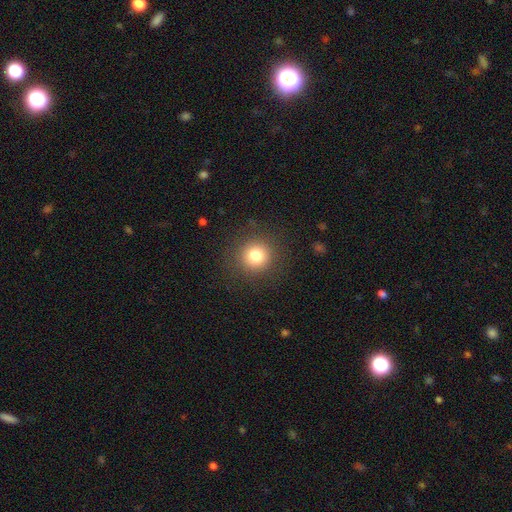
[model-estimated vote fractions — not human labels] This appears to be a smooth galaxy with no disk features (79%) that is round (93%). Merging: none (89%).